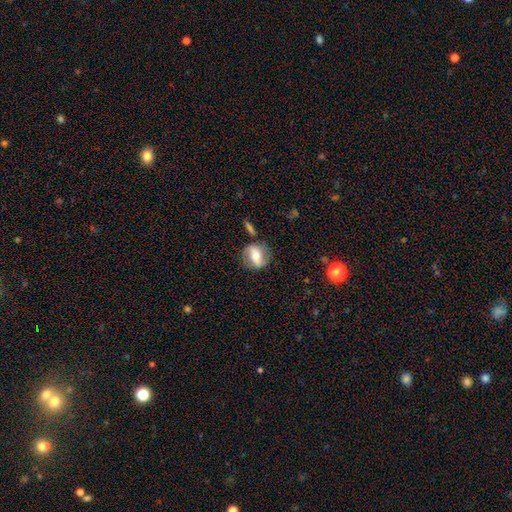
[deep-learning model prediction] smooth_or_featured: featured or disk (p=0.56) [alt: smooth p=0.36]
disk_edge_on: no (p=0.91) [alt: yes p=0.09]
bar: strong (p=0.49) [alt: weak p=0.29]
has_spiral_arms: yes (p=0.68) [alt: no p=0.32]
bulge_size: moderate (p=0.66) [alt: small p=0.18]
merging: none (p=0.75) [alt: minor disturbance p=0.15]